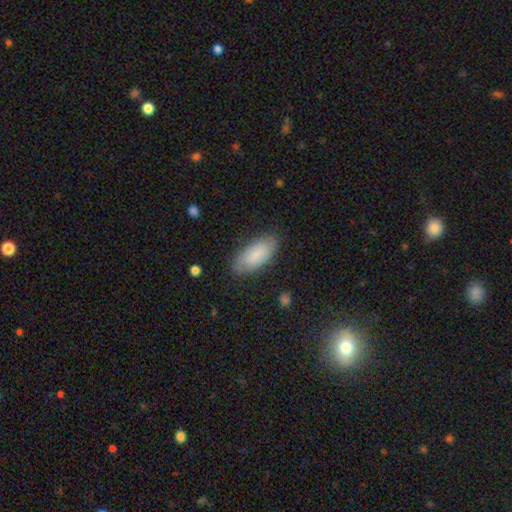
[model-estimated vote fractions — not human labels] This is likely a smooth galaxy (78%). How rounded: clearly in between (88%). Merging: clearly none (80%).